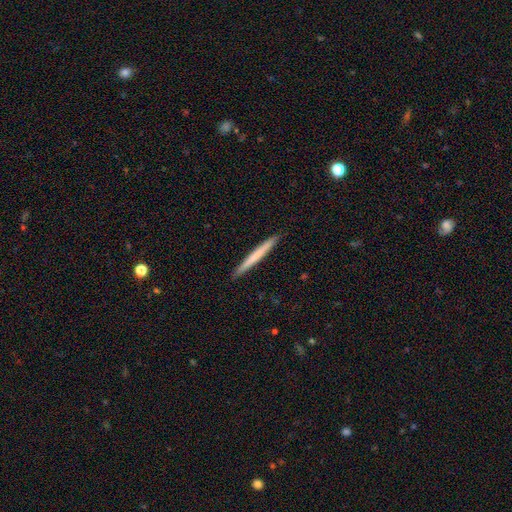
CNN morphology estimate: This is likely a smooth galaxy (62%). How rounded: clearly cigar-shaped (97%). Merging: clearly none (93%).